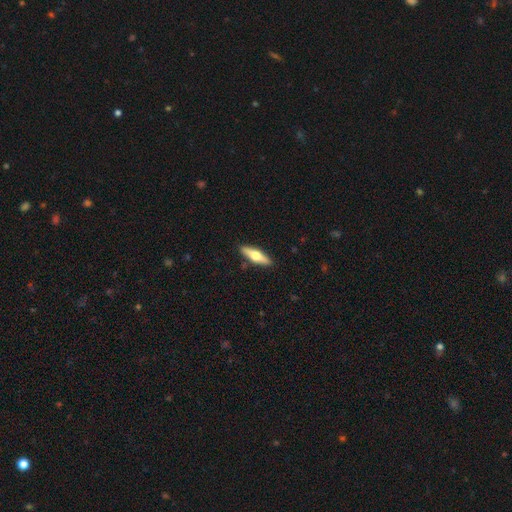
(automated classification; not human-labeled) The model was most divided on "smooth or featured": featured or disk: 50%, smooth: 45%, star or artifact: 5%. More confident: edge-on disk — yes (91%); merging — none (89%).